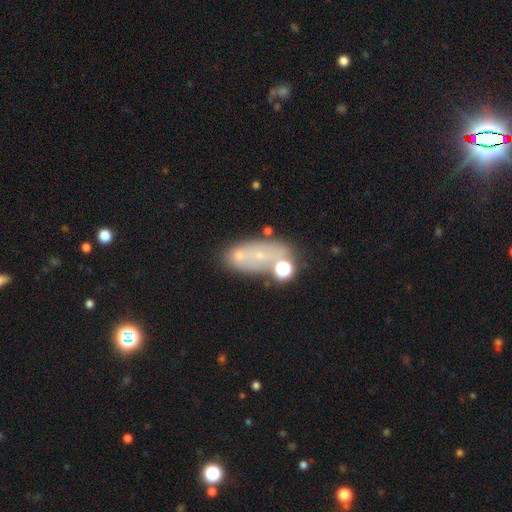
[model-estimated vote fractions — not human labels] smooth-or-featured: smooth: 42% | featured or disk: 35% | star or artifact: 23%
  merging: none: 48% | merger: 23% | minor disturbance: 17% | major disturbance: 12%